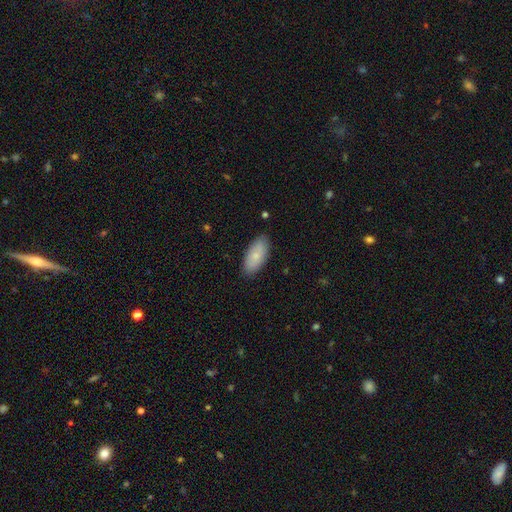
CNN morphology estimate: Smooth or featured: smooth — 80% (featured or disk — 14%)
How rounded: in between — 90% (cigar-shaped — 8%)
Merging: none — 86% (minor disturbance — 11%)